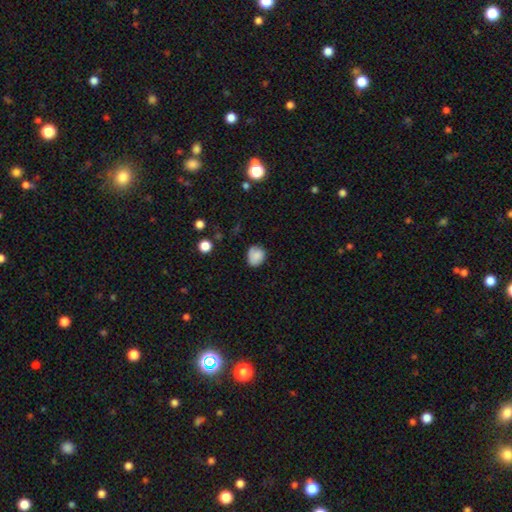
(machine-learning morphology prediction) This appears to be a smooth galaxy with no disk features (83%) that is round (65%). Merging: none (68%).